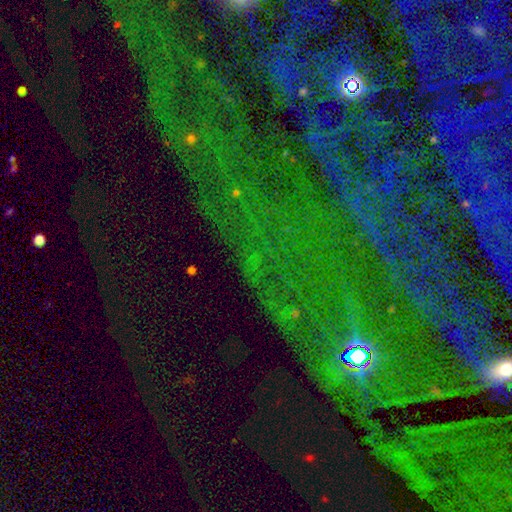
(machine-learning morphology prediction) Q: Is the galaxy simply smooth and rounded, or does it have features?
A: star or artifact — 80%.